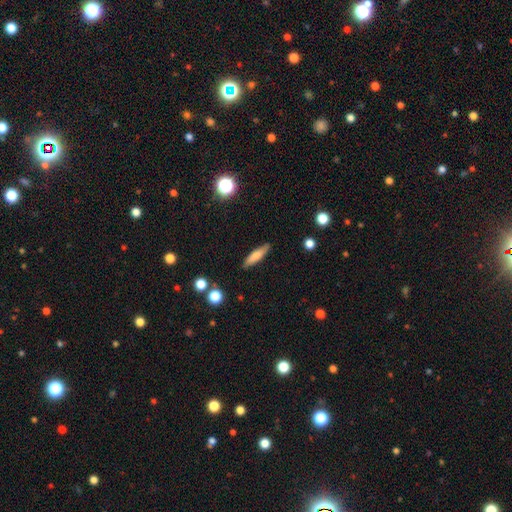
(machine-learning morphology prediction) Q: Smooth or featured?
A: smooth (70%); runner-up: featured or disk (23%)
Q: How rounded?
A: cigar-shaped (77%); runner-up: in between (21%)
Q: Merging?
A: none (87%); runner-up: minor disturbance (9%)